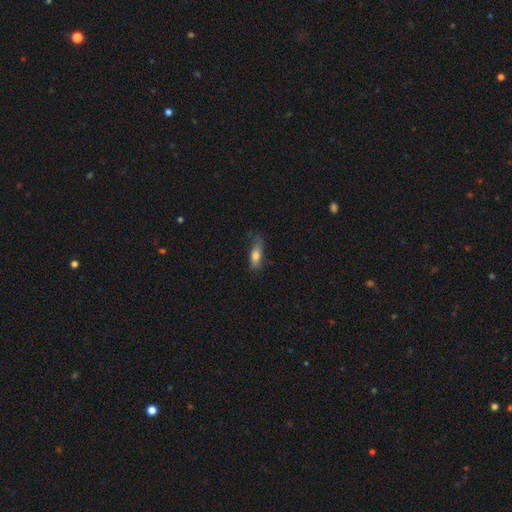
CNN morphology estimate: Overall: smooth (72%). How rounded: in between (55%; cigar-shaped 43%). Merging: none (61%; minor disturbance 29%).